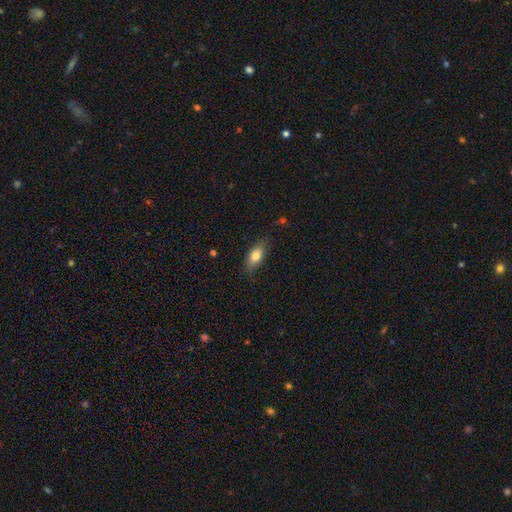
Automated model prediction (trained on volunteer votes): A smooth galaxy with no disk features (80%) that is in between round and cigar-shaped (83%).

Vote fractions:
- Smooth or featured? smooth: 80% / featured or disk: 13% / star or artifact: 8%
- How rounded? in between: 83% / cigar-shaped: 13% / round: 4%
- Merging? none: 81% / minor disturbance: 15% / major disturbance: 3% / merger: 1%